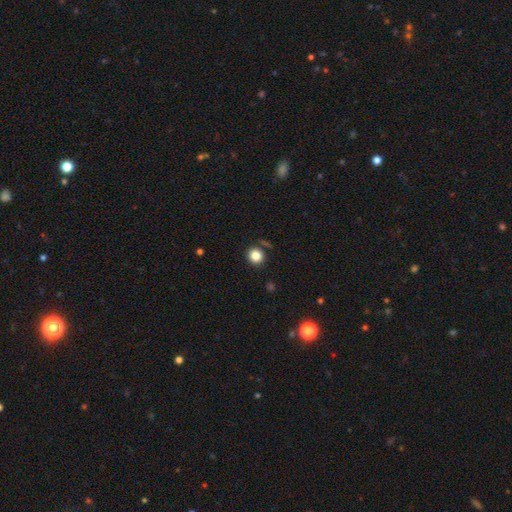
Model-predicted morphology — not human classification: Smooth or featured? Predicted: smooth (p=0.84). How rounded? Predicted: round (p=0.89). Merging? Predicted: none (p=0.86).